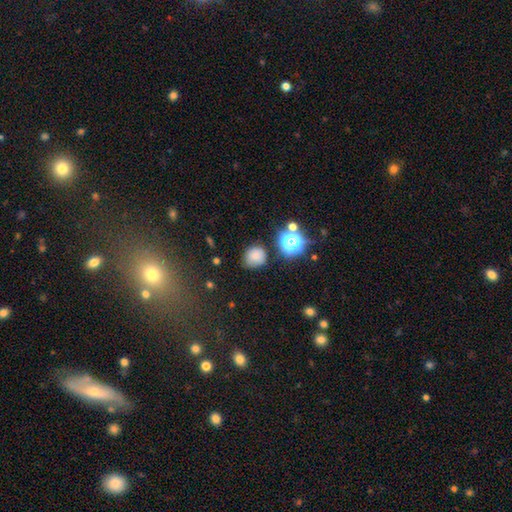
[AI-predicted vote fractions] A smooth galaxy with no disk features (77%) that is round (78%).

Vote fractions:
- Smooth or featured? smooth: 77% / star or artifact: 16% / featured or disk: 7%
- How rounded? round: 78% / in between: 21% / cigar-shaped: 1%
- Merging? none: 71% / minor disturbance: 19% / major disturbance: 6% / merger: 4%